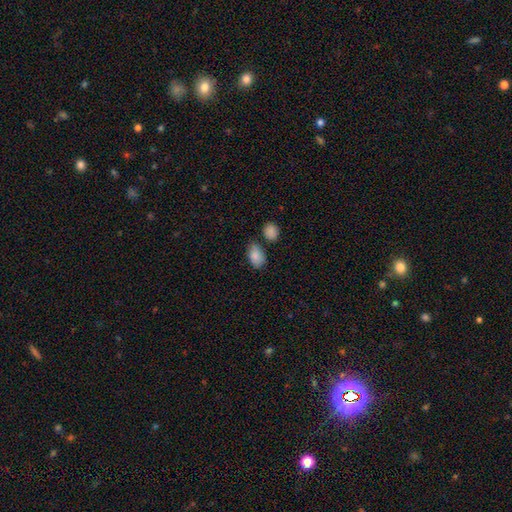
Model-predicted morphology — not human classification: smooth_or_featured: smooth (p=0.85) [alt: star or artifact p=0.08]
how_rounded: in between (p=0.86) [alt: round p=0.13]
merging: none (p=0.64) [alt: minor disturbance p=0.20]